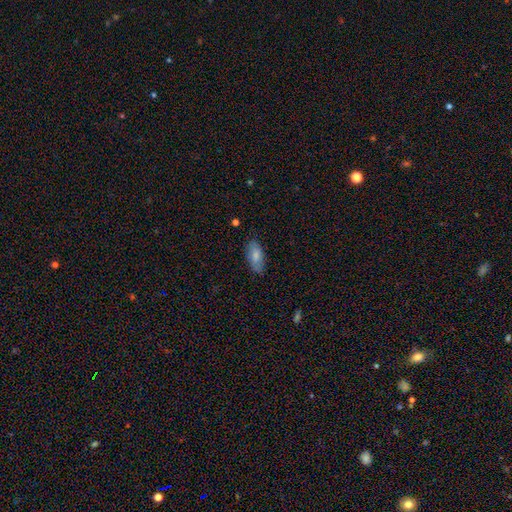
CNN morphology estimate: Smooth or featured: smooth — 78% (featured or disk — 16%)
How rounded: in between — 87% (cigar-shaped — 11%)
Merging: none — 82% (minor disturbance — 14%)